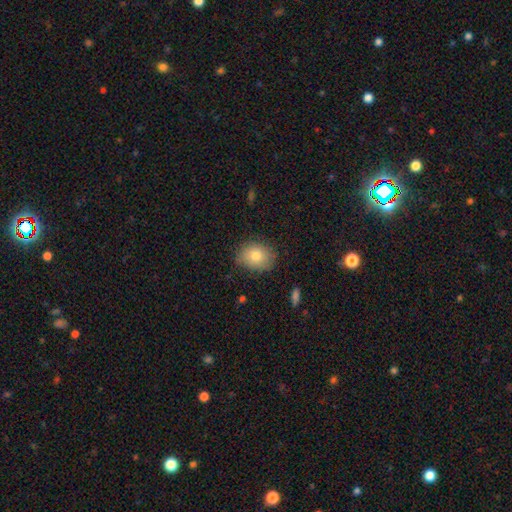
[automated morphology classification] Smooth or featured? smooth (79%)
How rounded? in between (50%)
Merging? none (78%)